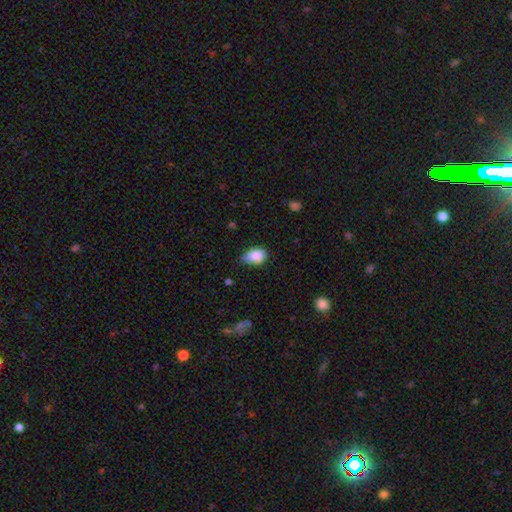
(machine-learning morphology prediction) A smooth galaxy with no disk features (87%) that is in between round and cigar-shaped (83%). Merging: none (49%).